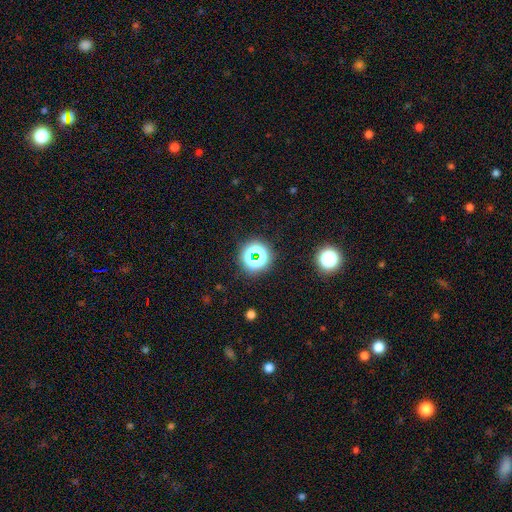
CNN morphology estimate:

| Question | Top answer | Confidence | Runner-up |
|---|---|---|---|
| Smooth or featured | star or artifact | 59% | smooth (31%) |